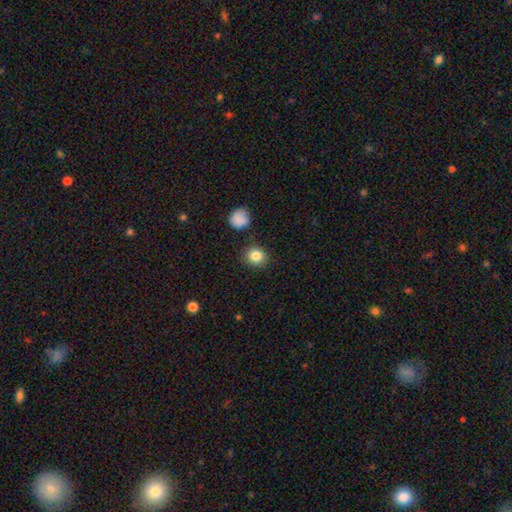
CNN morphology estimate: Smooth or featured: smooth — 84% (star or artifact — 10%)
How rounded: round — 76% (in between — 23%)
Merging: none — 86% (minor disturbance — 8%)